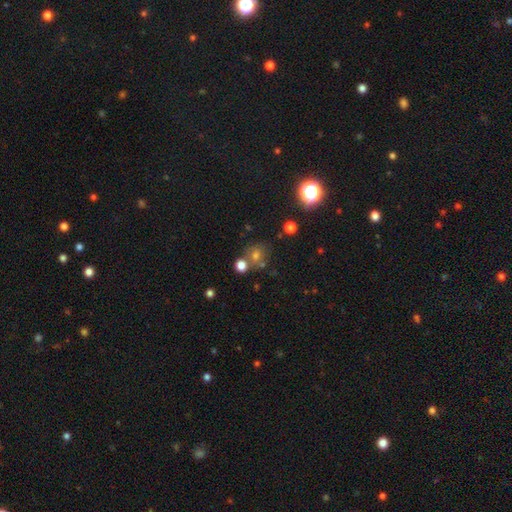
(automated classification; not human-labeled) Smooth or featured? smooth (63%)
How rounded? round (80%)
Merging? none (63%)